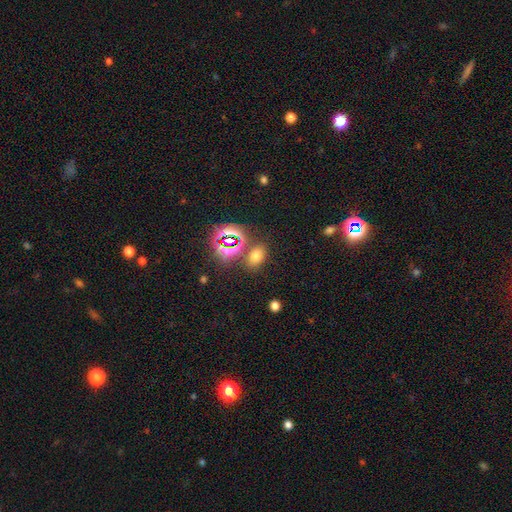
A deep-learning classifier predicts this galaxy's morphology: type=smooth (59%); roundness=in between (77%); merging=none (76%).